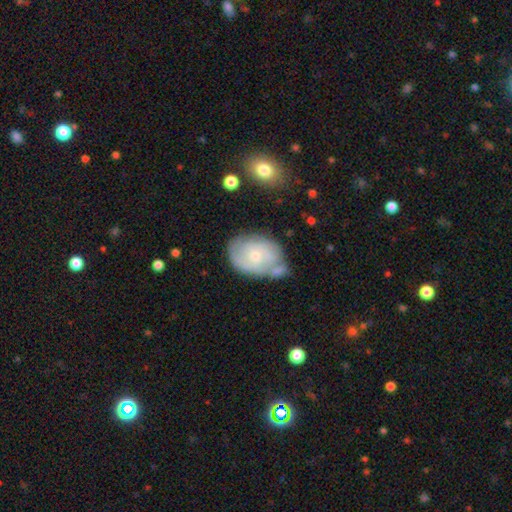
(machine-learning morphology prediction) smooth_or_featured: featured or disk (p=0.55) [alt: smooth p=0.38]
disk_edge_on: no (p=0.96) [alt: yes p=0.04]
bar: no (p=0.73) [alt: weak p=0.24]
has_spiral_arms: yes (p=0.73) [alt: no p=0.27]
bulge_size: small (p=0.71) [alt: moderate p=0.25]
merging: none (p=0.49) [alt: minor disturbance p=0.25]